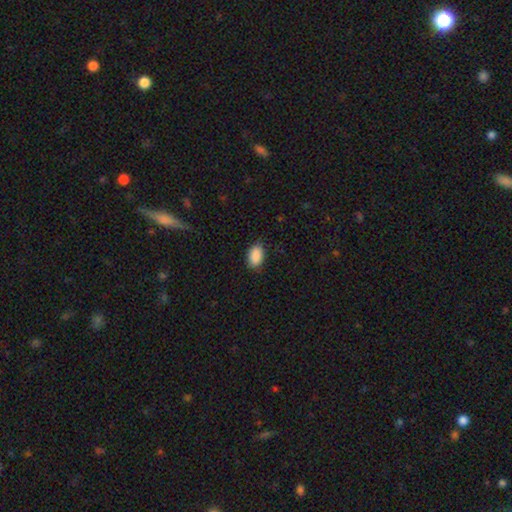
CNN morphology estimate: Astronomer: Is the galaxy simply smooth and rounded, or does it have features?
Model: smooth — 90%.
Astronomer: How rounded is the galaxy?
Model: in between — 91%.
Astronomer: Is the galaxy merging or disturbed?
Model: none — 80%.